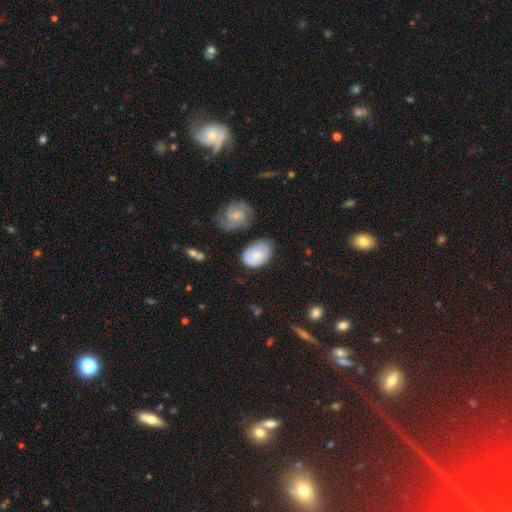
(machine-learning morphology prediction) Smooth or featured? Predicted: smooth (p=0.62). How rounded? Predicted: in between (p=0.82). Merging? Predicted: none (p=0.56).